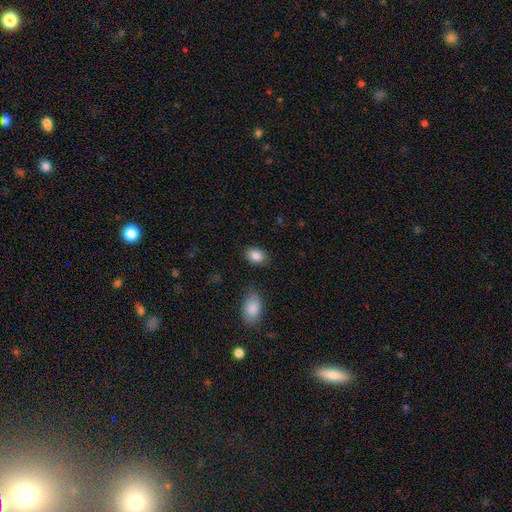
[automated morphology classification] Q: Smooth or featured?
A: smooth (86%); runner-up: star or artifact (8%)
Q: How rounded?
A: in between (82%); runner-up: round (16%)
Q: Merging?
A: none (84%); runner-up: minor disturbance (11%)